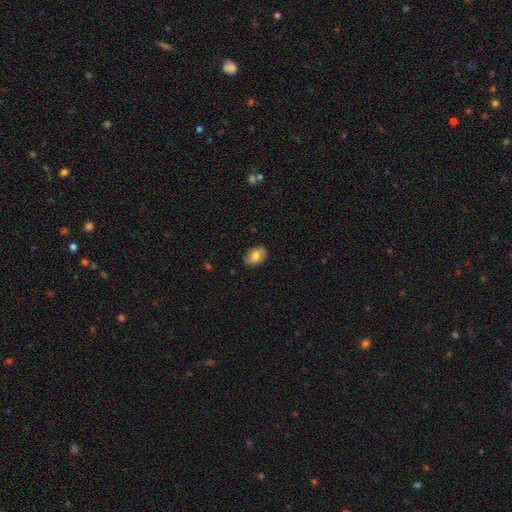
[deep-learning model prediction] Smooth or featured: smooth — 76% (featured or disk — 17%)
How rounded: in between — 83% (round — 16%)
Merging: none — 81% (minor disturbance — 15%)